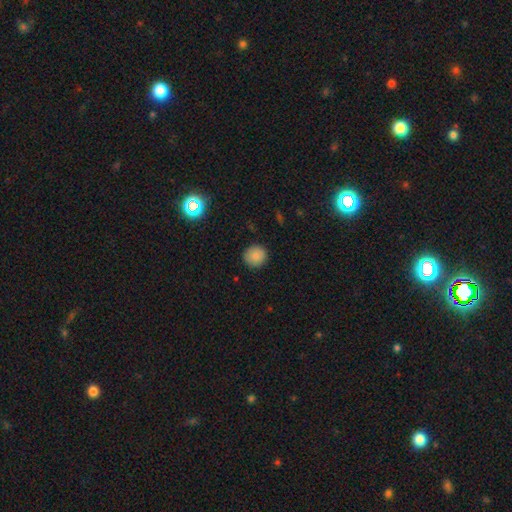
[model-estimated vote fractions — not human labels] Q: Smooth or featured?
A: smooth (85%); runner-up: star or artifact (10%)
Q: How rounded?
A: round (91%); runner-up: in between (8%)
Q: Merging?
A: none (88%); runner-up: minor disturbance (8%)